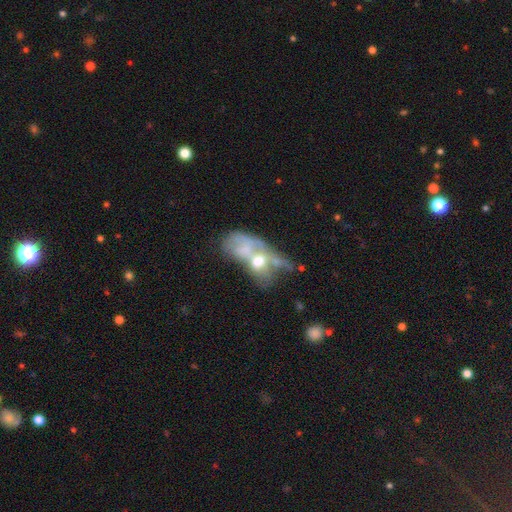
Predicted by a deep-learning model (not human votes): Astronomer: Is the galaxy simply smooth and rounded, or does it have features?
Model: featured or disk — 56%.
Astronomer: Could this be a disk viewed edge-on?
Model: no — 89%.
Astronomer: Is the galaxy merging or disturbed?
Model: merger — 56%.